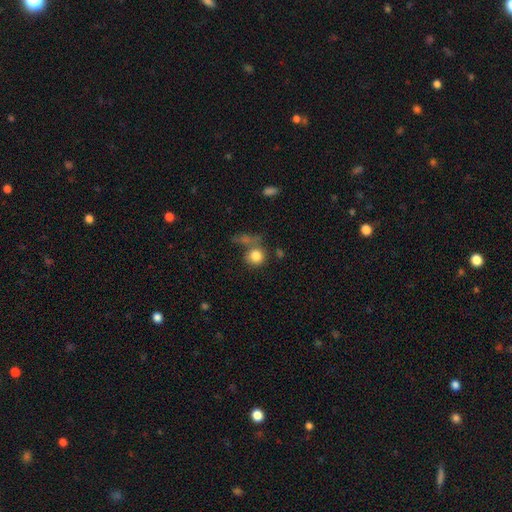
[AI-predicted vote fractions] The model was most divided on "merging": none: 56%, merger: 21%, minor disturbance: 15%, major disturbance: 8%. More confident: how rounded — round (85%); smooth or featured — smooth (82%).